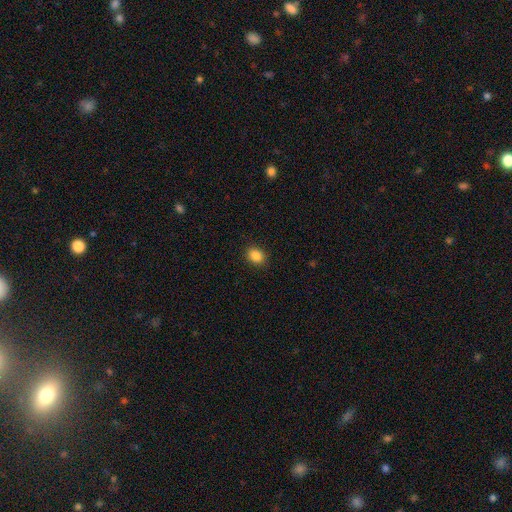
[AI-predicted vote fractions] A smooth galaxy with no disk features (87%) that is round (52%).

Vote fractions:
- Smooth or featured? smooth: 87% / star or artifact: 10% / featured or disk: 4%
- How rounded? round: 52% / in between: 47% / cigar-shaped: 1%
- Merging? none: 90% / minor disturbance: 7% / major disturbance: 2% / merger: 1%